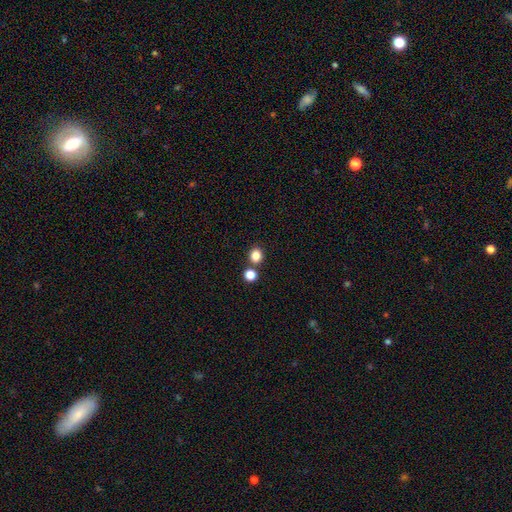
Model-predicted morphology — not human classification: smooth 84%, star or artifact 12%, featured or disk 4%. Down the decision tree: how rounded — round (71%); merging — none (75%).